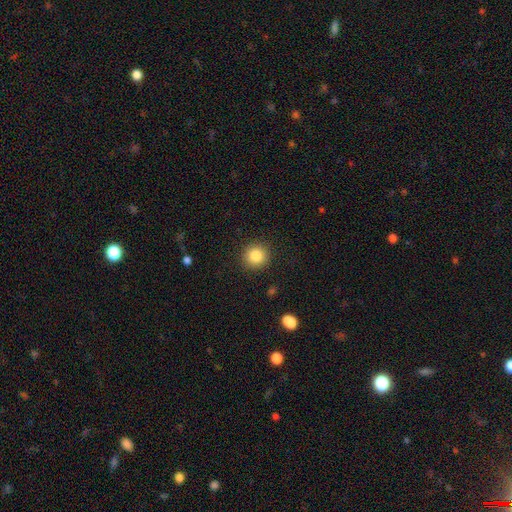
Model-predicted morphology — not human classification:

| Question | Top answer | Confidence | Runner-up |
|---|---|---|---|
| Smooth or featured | smooth | 86% | star or artifact (10%) |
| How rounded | round | 93% | in between (6%) |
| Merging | none | 91% | minor disturbance (6%) |